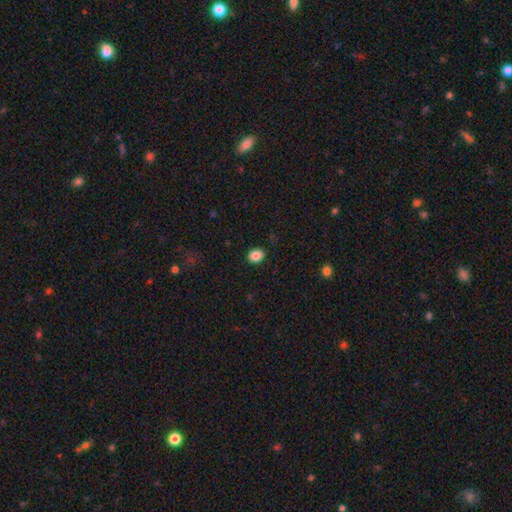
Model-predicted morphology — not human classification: This is clearly a smooth galaxy (86%). How rounded: possibly round (53%). Merging: clearly none (88%).